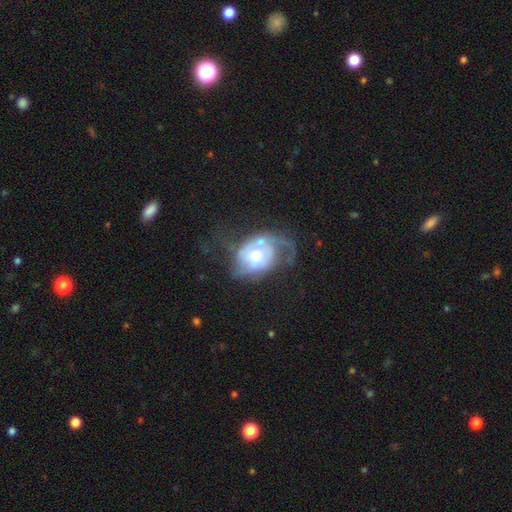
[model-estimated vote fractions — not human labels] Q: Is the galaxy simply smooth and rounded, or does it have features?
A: featured or disk — 72%.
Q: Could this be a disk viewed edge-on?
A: no — 97%.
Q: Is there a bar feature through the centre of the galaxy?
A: no — 73%.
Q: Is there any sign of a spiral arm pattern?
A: yes — 81%.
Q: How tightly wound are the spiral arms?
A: medium — 39%.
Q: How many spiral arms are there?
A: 2 — 48%.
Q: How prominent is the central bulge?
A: moderate — 48%.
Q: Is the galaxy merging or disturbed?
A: major disturbance — 39%.